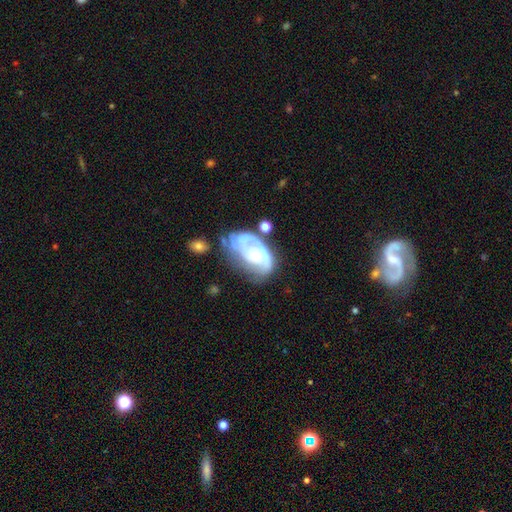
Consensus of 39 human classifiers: This is clearly a featured or disk galaxy (82%). It is clearly not viewed edge-on (100%). Bar: clearly no (81%). Spiral arm pattern: clearly yes (94%). Spiral arm count: marginally can't tell (40%). Spiral winding: likely tight (67%). Central bulge: possibly small (53%). Merging: marginally major disturbance (37%).